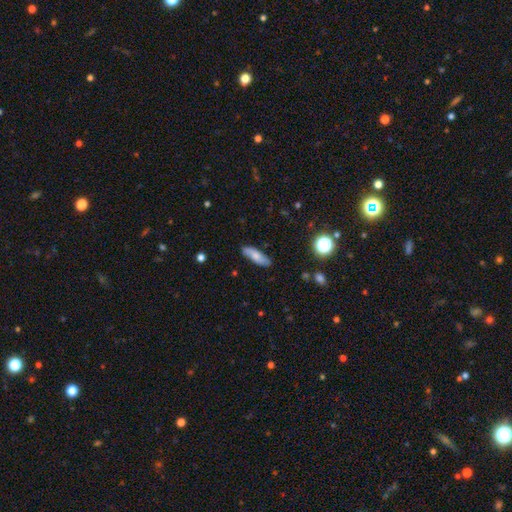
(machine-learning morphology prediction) Q: Smooth or featured?
A: smooth (71%); runner-up: featured or disk (21%)
Q: How rounded?
A: cigar-shaped (52%); runner-up: in between (45%)
Q: Merging?
A: none (84%); runner-up: minor disturbance (12%)